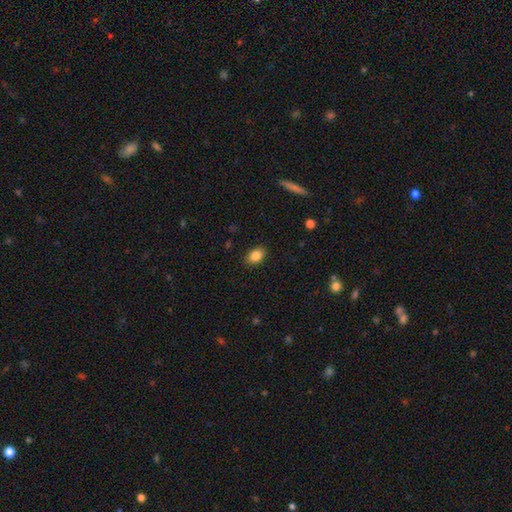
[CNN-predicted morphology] Smooth or featured: smooth — 86% (star or artifact — 9%)
How rounded: in between — 80% (round — 19%)
Merging: none — 88% (minor disturbance — 9%)